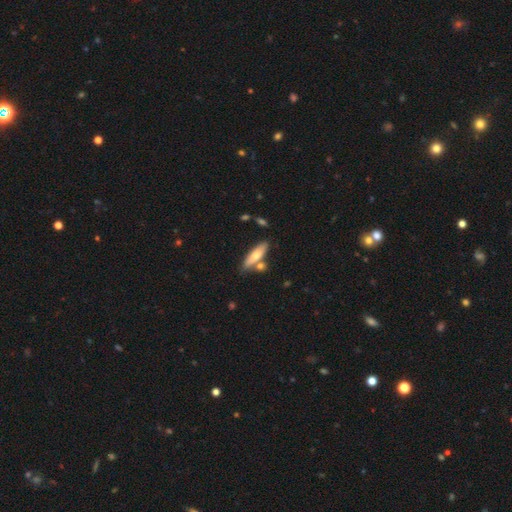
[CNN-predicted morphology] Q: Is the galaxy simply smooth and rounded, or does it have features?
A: smooth — 66%.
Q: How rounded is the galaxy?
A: cigar-shaped — 57%.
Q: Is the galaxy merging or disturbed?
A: none — 71%.